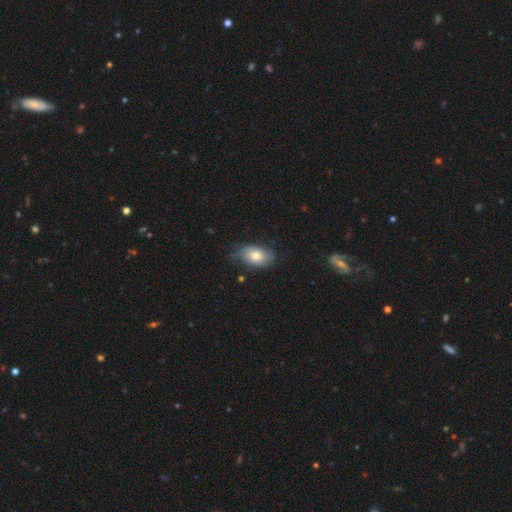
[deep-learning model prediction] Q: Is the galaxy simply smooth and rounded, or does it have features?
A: smooth — 74%.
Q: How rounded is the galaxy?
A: in between — 89%.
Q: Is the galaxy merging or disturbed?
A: none — 63%.